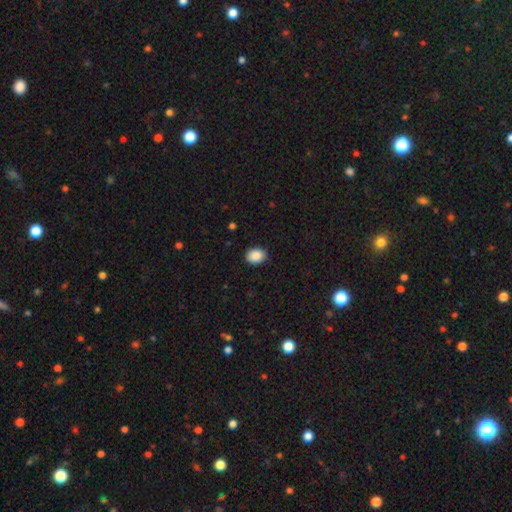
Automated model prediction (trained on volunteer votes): smooth_or_featured: smooth (p=0.89) [alt: star or artifact p=0.08]
how_rounded: in between (p=0.61) [alt: round p=0.38]
merging: none (p=0.86) [alt: minor disturbance p=0.11]